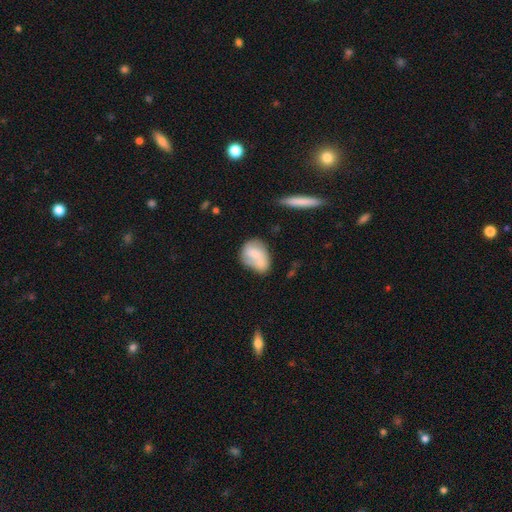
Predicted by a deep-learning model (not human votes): Overall: smooth (60%; featured or disk 33%). How rounded: in between (63%; round 35%). Merging: none (38%; merger 30%).